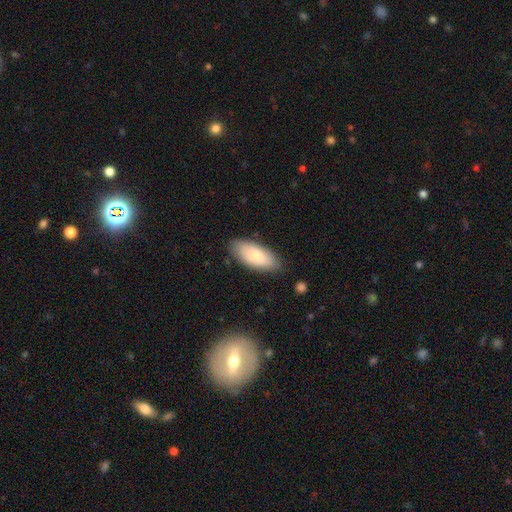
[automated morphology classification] The model was most divided on "smooth or featured": smooth: 78%, featured or disk: 17%, star or artifact: 6%. More confident: how rounded — in between (89%); merging — none (81%).